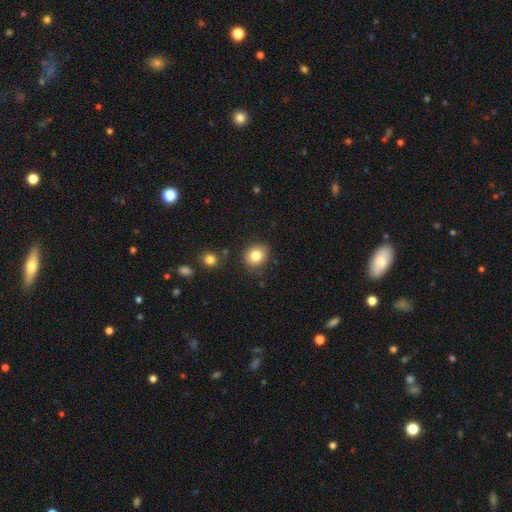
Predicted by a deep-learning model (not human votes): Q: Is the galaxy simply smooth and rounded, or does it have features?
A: smooth — 82%.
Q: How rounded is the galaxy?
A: round — 71%.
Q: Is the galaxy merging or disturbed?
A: none — 85%.